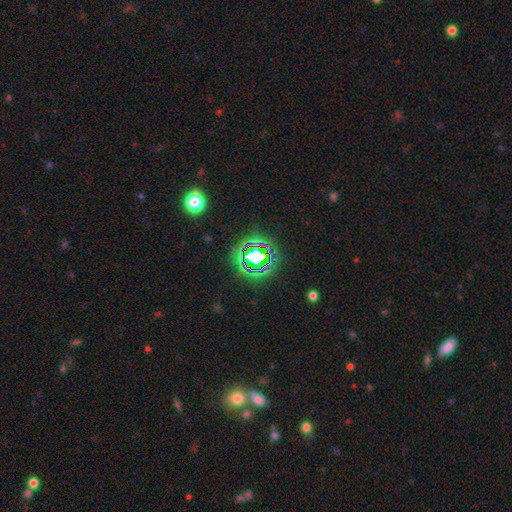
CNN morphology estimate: This appears to be a star or artifact, not a galaxy (72%).